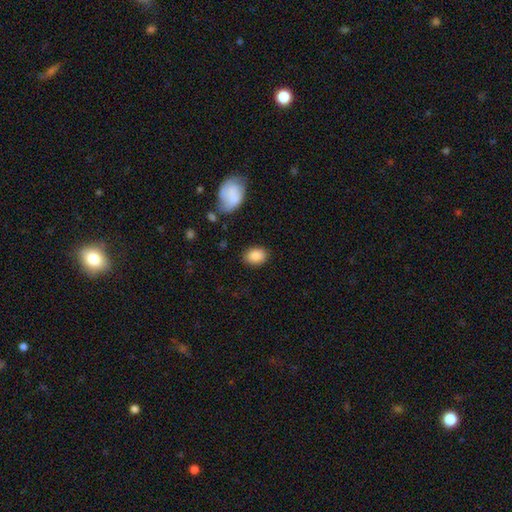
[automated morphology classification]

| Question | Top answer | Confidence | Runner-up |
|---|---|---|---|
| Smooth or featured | smooth | 88% | star or artifact (8%) |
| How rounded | in between | 75% | round (24%) |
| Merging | none | 85% | minor disturbance (10%) |